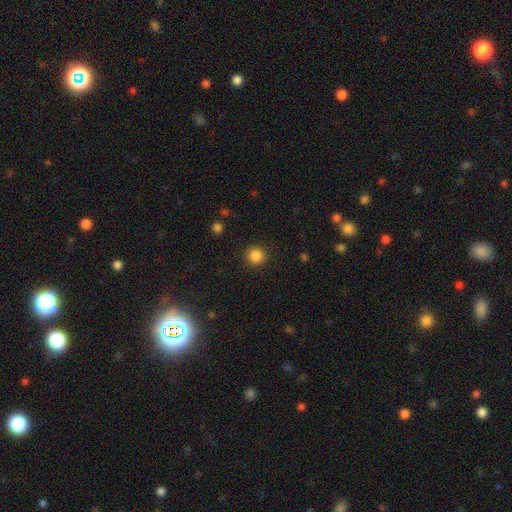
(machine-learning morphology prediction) Smooth or featured? smooth (86%)
How rounded? round (95%)
Merging? none (92%)